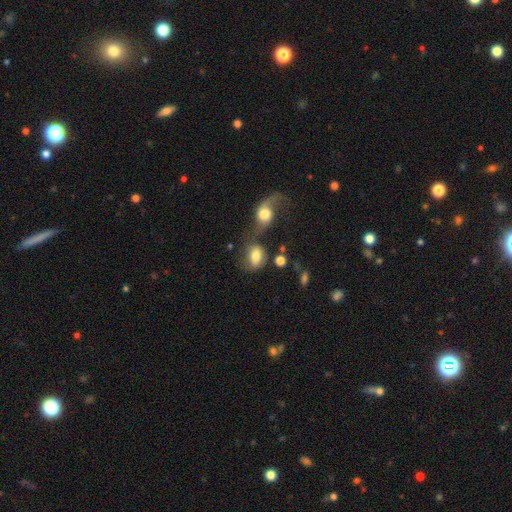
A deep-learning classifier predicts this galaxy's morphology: smooth_or_featured: smooth (p=0.69) [alt: featured or disk p=0.22]
how_rounded: in between (p=0.67) [alt: round p=0.31]
merging: none (p=0.36) [alt: merger p=0.33]